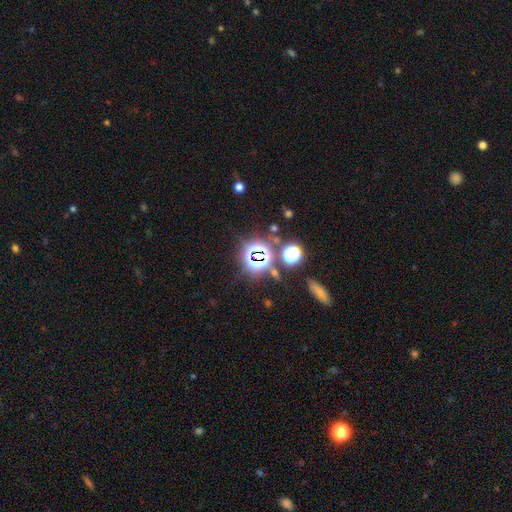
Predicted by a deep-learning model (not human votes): smooth_or_featured: star or artifact (p=0.72) [alt: smooth p=0.19]